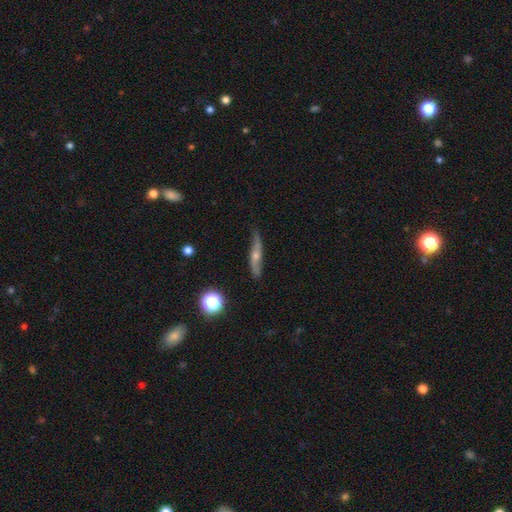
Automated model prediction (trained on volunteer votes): A featured or disk galaxy (62%) viewed edge-on (83%) with a rounded central bulge (88%). Merging: none (81%).